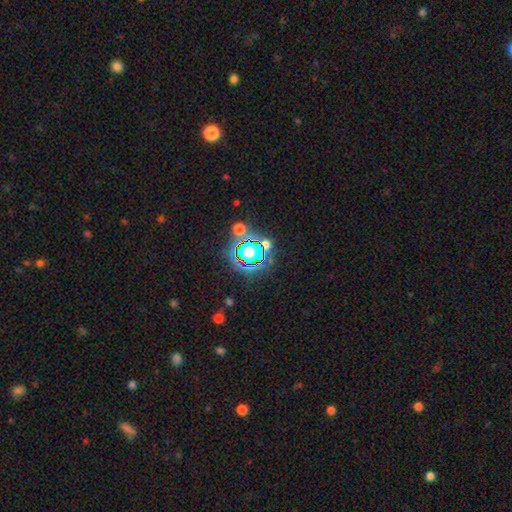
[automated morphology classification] Smooth or featured? star or artifact (74%)